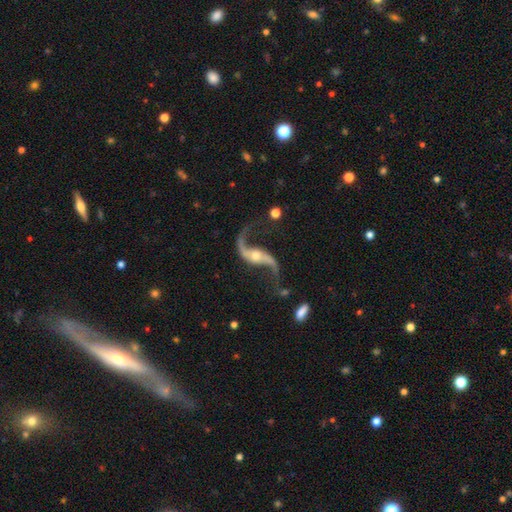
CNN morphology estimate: This appears to be a featured or disk galaxy (92%) with no bar (46%), 2 (94%) loose (92%) spiral arms (97%) and a moderate central bulge (49%). Merging: none (69%).